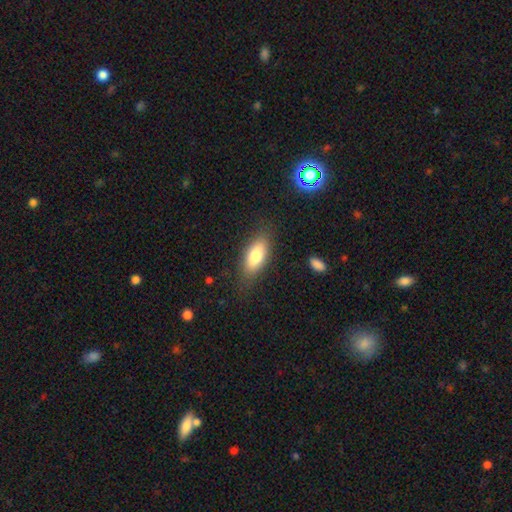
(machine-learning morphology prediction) smooth-or-featured: smooth: 79% | featured or disk: 14% | star or artifact: 7%
  how-rounded: in between: 79% | cigar-shaped: 18% | round: 3%
  merging: none: 81% | minor disturbance: 13% | major disturbance: 4% | merger: 2%